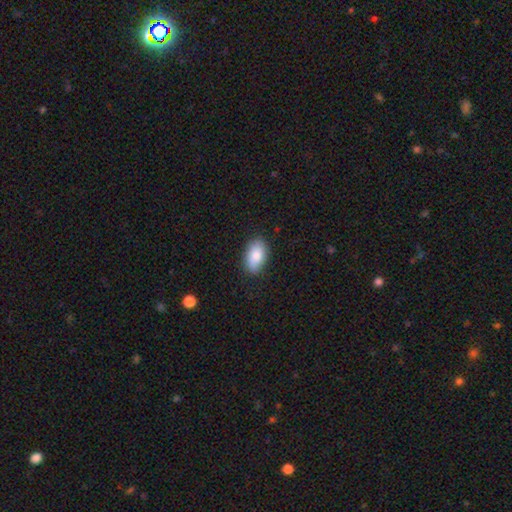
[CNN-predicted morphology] Smooth or featured? Predicted: smooth (p=0.85). How rounded? Predicted: in between (p=0.93). Merging? Predicted: none (p=0.84).